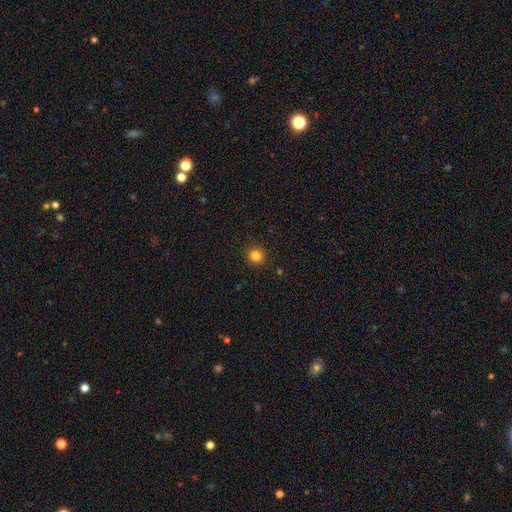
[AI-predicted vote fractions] Smooth or featured?
  - smooth: 83% *
  - star or artifact: 13%
  - featured or disk: 4%
How rounded?
  - round: 95% *
  - in between: 4%
  - cigar-shaped: 1%
Merging?
  - none: 92% *
  - minor disturbance: 5%
  - major disturbance: 2%
  - merger: 1%